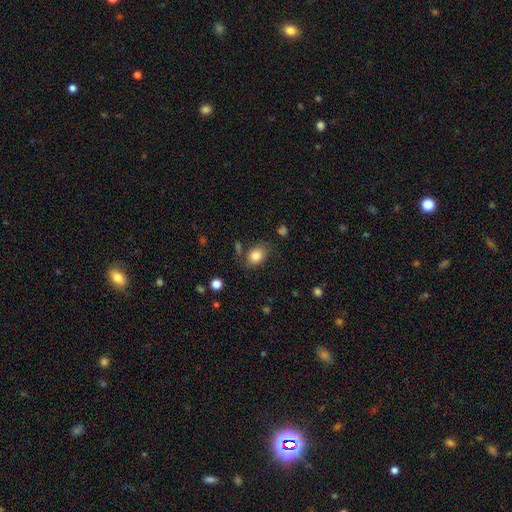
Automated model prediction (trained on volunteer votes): Smooth or featured: smooth — 83% (star or artifact — 9%)
How rounded: in between — 67% (round — 31%)
Merging: none — 70% (minor disturbance — 19%)